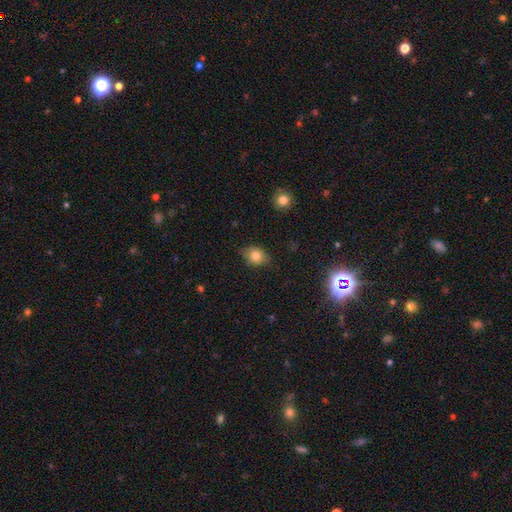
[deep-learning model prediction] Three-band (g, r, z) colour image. It shows a smooth galaxy with no disk features (78%) that is in between round and cigar-shaped (60%). Merging: none (73%).